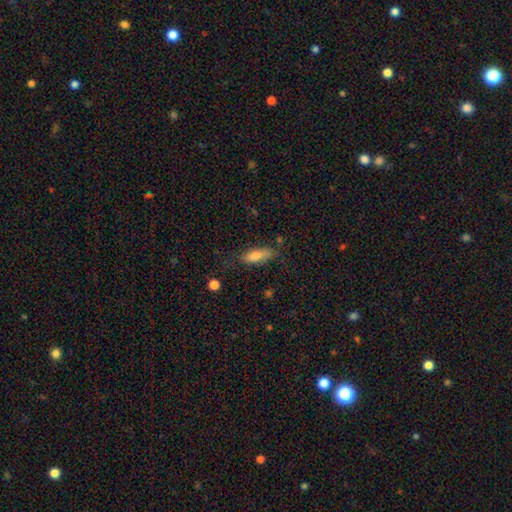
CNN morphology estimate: Smooth or featured? smooth (77%)
How rounded? in between (63%)
Merging? none (70%)